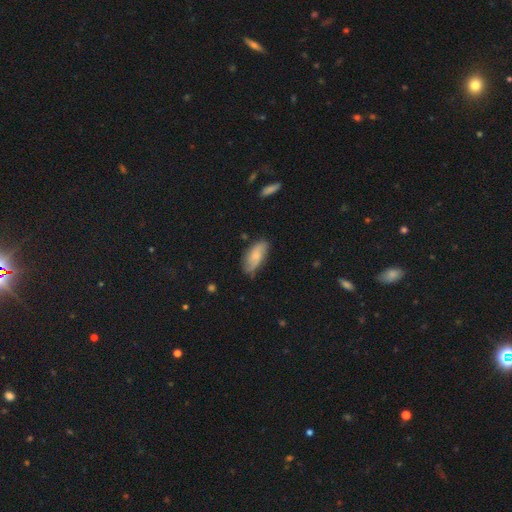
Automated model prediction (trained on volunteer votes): smooth-or-featured: smooth: 58% | featured or disk: 35% | star or artifact: 7%
  how-rounded: in between: 86% | cigar-shaped: 12% | round: 3%
  merging: none: 68% | minor disturbance: 24% | major disturbance: 5% | merger: 2%